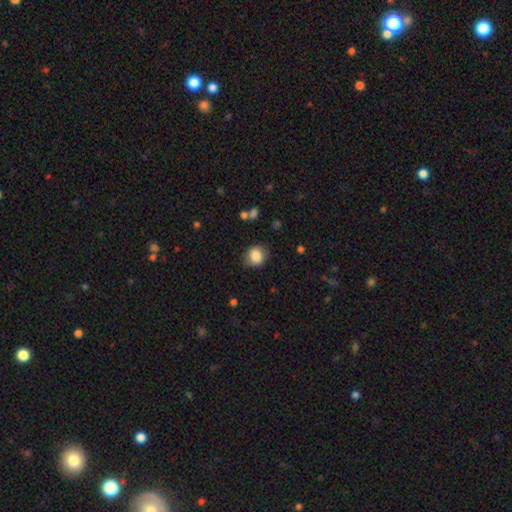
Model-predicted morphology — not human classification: Smooth or featured: smooth — 85% (star or artifact — 9%)
How rounded: round — 72% (in between — 27%)
Merging: none — 80% (minor disturbance — 14%)